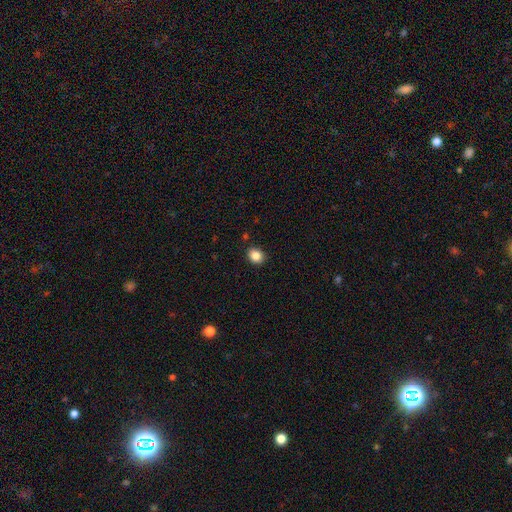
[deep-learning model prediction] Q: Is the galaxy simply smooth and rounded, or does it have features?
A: smooth — 85%.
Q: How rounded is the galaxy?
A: round — 63%.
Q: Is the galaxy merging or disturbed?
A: none — 89%.